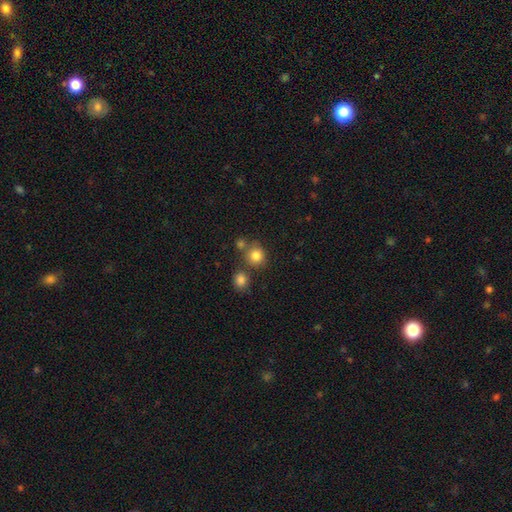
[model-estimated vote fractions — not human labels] Smooth or featured?
  - smooth: 81% *
  - star or artifact: 12%
  - featured or disk: 6%
How rounded?
  - round: 87% *
  - in between: 12%
  - cigar-shaped: 1%
Merging?
  - none: 66% *
  - merger: 20%
  - minor disturbance: 10%
  - major disturbance: 4%